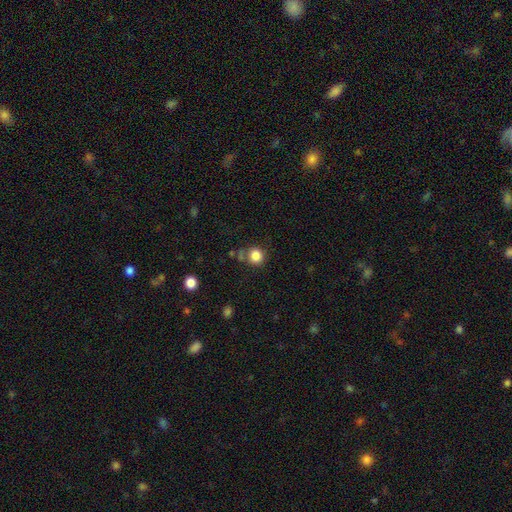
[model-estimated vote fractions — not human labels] Smooth or featured? smooth (84%)
How rounded? round (88%)
Merging? none (70%)